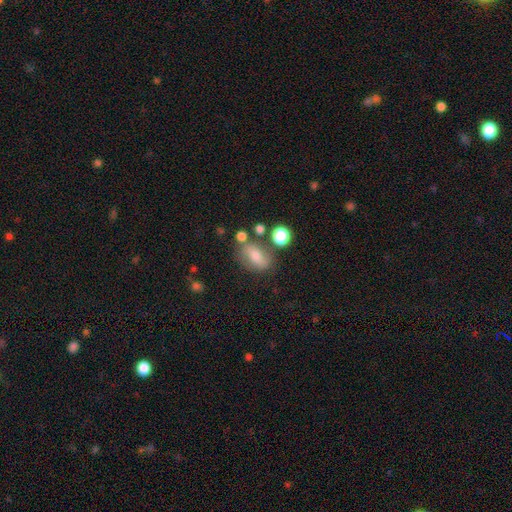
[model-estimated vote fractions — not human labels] smooth_or_featured: smooth (p=0.64) [alt: featured or disk p=0.24]
how_rounded: in between (p=0.75) [alt: round p=0.21]
merging: none (p=0.60) [alt: minor disturbance p=0.21]